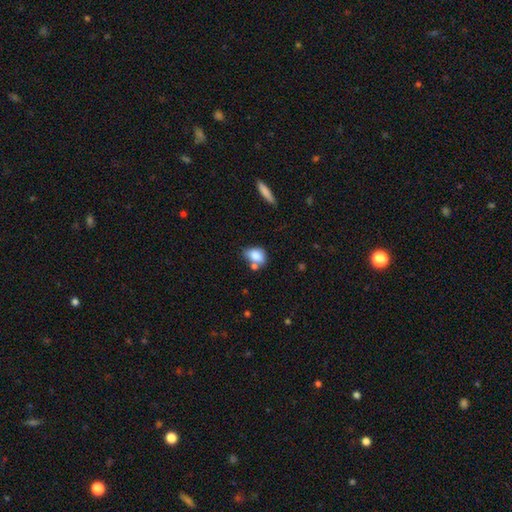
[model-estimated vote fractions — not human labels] This appears to be a smooth galaxy with no disk features (81%) that is in between round and cigar-shaped (75%). Merging: none (46%).